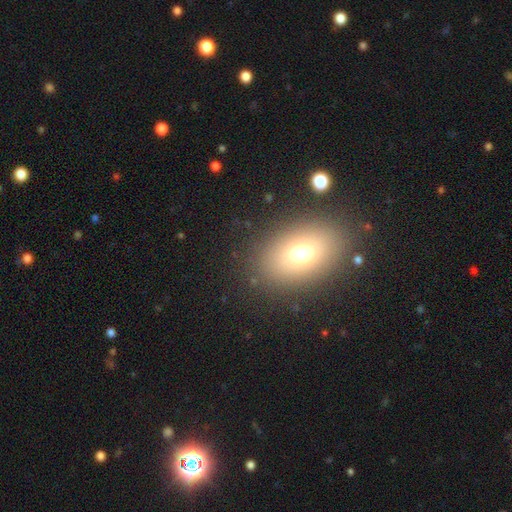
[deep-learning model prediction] Smooth or featured? smooth (66%)
How rounded? in between (80%)
Merging? none (87%)